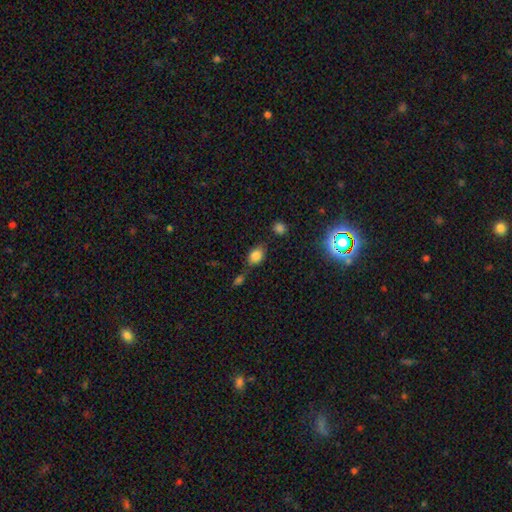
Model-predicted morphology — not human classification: Smooth or featured? Predicted: smooth (p=0.80). How rounded? Predicted: in between (p=0.72). Merging? Predicted: none (p=0.62).